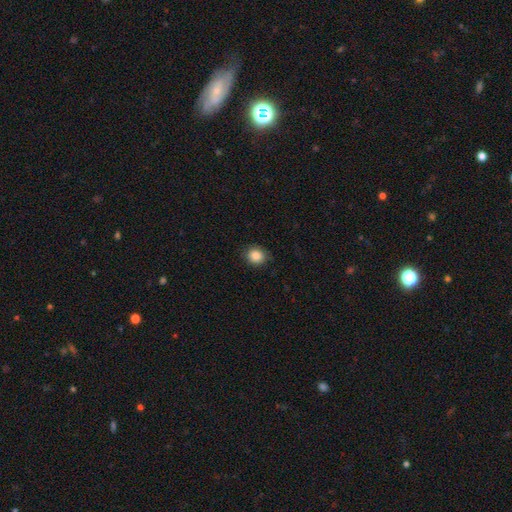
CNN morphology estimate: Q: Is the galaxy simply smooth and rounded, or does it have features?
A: smooth — 85%.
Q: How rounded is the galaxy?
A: round — 73%.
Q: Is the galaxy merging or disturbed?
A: none — 84%.